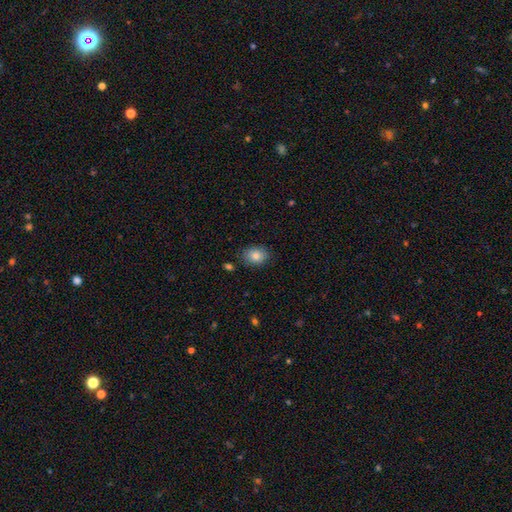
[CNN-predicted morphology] Smooth or featured?
  - smooth: 83% *
  - star or artifact: 8%
  - featured or disk: 8%
How rounded?
  - in between: 63% *
  - round: 36%
  - cigar-shaped: 1%
Merging?
  - none: 84% *
  - minor disturbance: 12%
  - major disturbance: 3%
  - merger: 2%